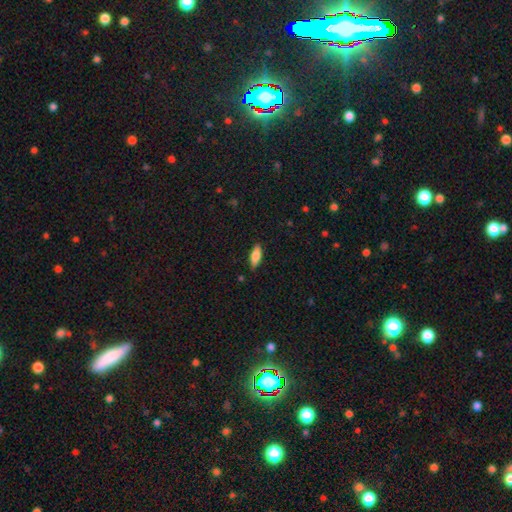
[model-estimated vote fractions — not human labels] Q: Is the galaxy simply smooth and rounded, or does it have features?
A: smooth — 78%.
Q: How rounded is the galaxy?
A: in between — 70%.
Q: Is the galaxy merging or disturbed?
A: none — 86%.